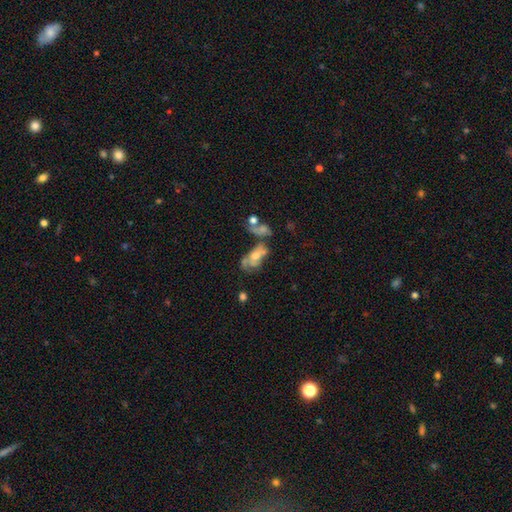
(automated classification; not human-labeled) Smooth or featured?
  - featured or disk: 47% *
  - smooth: 42%
  - star or artifact: 11%
Merging?
  - merger: 33% *
  - major disturbance: 29%
  - none: 21%
  - minor disturbance: 17%